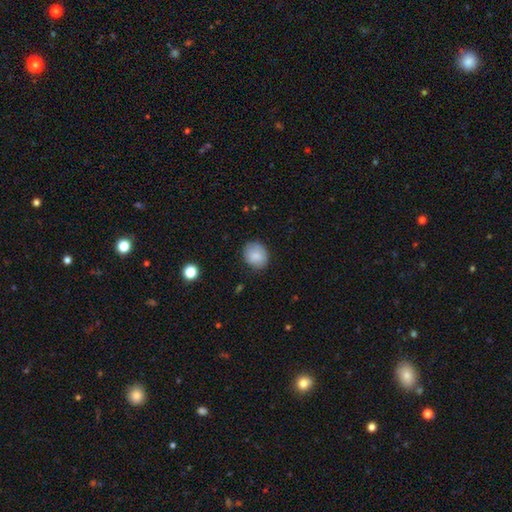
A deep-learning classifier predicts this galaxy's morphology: A smooth galaxy with no disk features (83%) that is round (67%). Merging: none (82%).